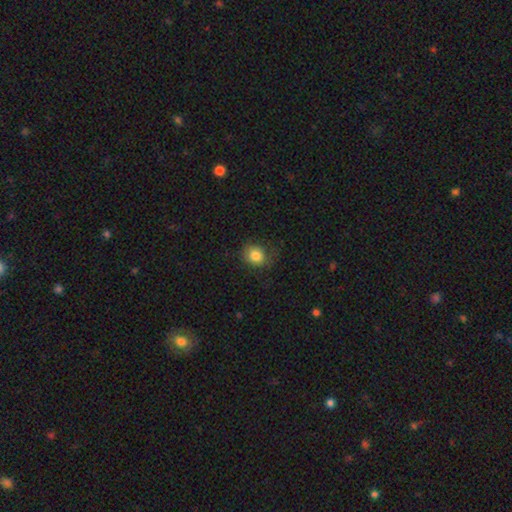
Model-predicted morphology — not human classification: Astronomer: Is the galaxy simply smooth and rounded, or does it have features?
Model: smooth — 84%.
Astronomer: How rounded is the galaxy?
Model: round — 72%.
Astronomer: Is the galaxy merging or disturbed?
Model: none — 73%.